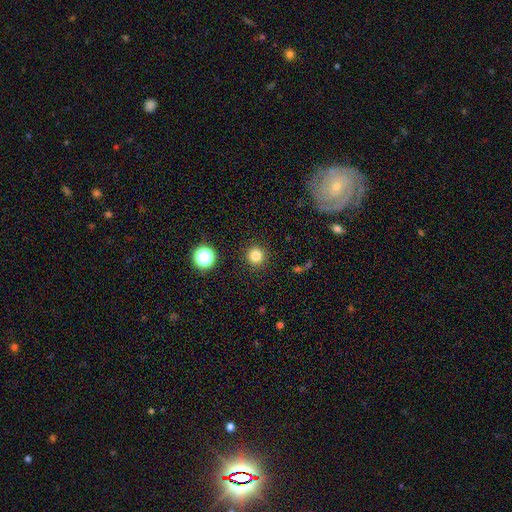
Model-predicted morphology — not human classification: A smooth galaxy with no disk features (83%) that is round (95%).

Vote fractions:
- Smooth or featured? smooth: 83% / star or artifact: 12% / featured or disk: 5%
- How rounded? round: 95% / in between: 4% / cigar-shaped: 1%
- Merging? none: 91% / minor disturbance: 6% / major disturbance: 2% / merger: 1%